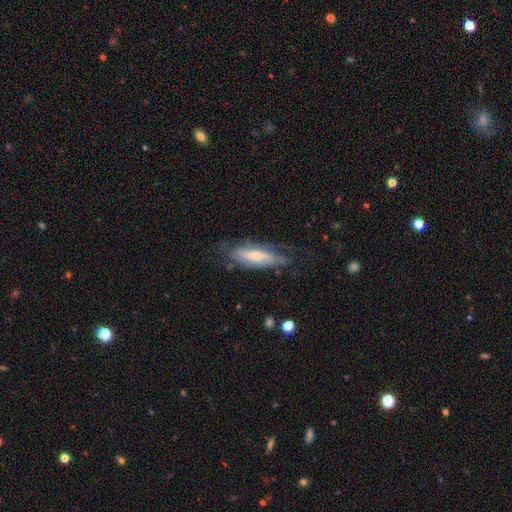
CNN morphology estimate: Smooth or featured: smooth — 48% (featured or disk — 45%)
Merging: none — 57% (minor disturbance — 27%)